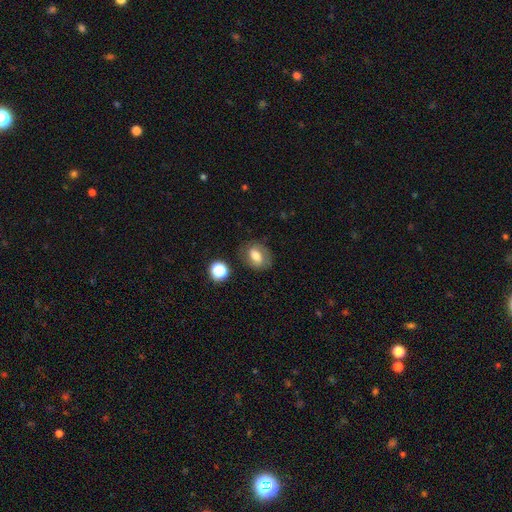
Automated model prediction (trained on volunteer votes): A smooth galaxy with no disk features (61%) that is in between round and cigar-shaped (67%).

Vote fractions:
- Smooth or featured? smooth: 61% / featured or disk: 28% / star or artifact: 11%
- How rounded? in between: 67% / round: 32% / cigar-shaped: 2%
- Merging? none: 75% / minor disturbance: 16% / major disturbance: 6% / merger: 3%